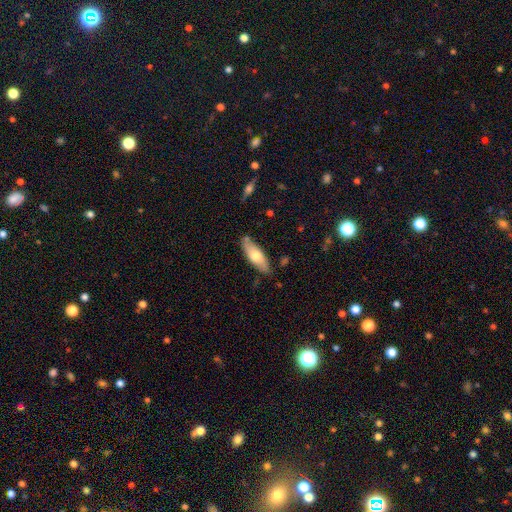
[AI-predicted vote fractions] A smooth galaxy with no disk features (63%) that is in between round and cigar-shaped (64%).

Vote fractions:
- Smooth or featured? smooth: 63% / featured or disk: 32% / star or artifact: 6%
- How rounded? in between: 64% / cigar-shaped: 34% / round: 2%
- Merging? none: 80% / minor disturbance: 15% / merger: 3% / major disturbance: 2%